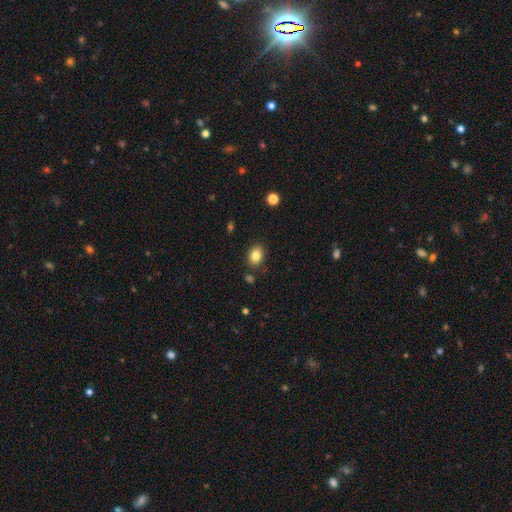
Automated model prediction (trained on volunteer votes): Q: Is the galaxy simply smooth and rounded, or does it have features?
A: smooth — 84%.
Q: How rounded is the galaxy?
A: in between — 72%.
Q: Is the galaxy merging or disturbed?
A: none — 84%.